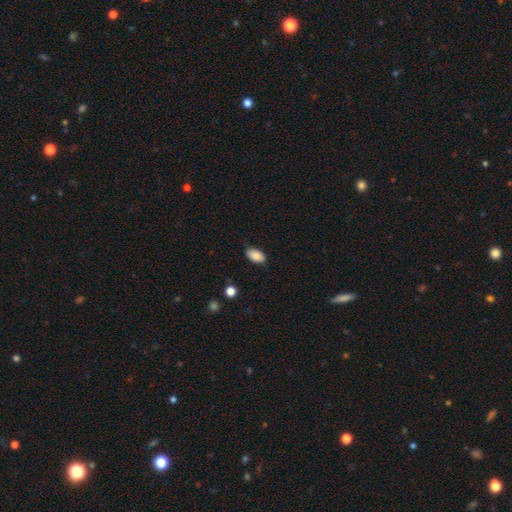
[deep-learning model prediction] Smooth or featured? smooth (89%)
How rounded? in between (94%)
Merging? none (84%)